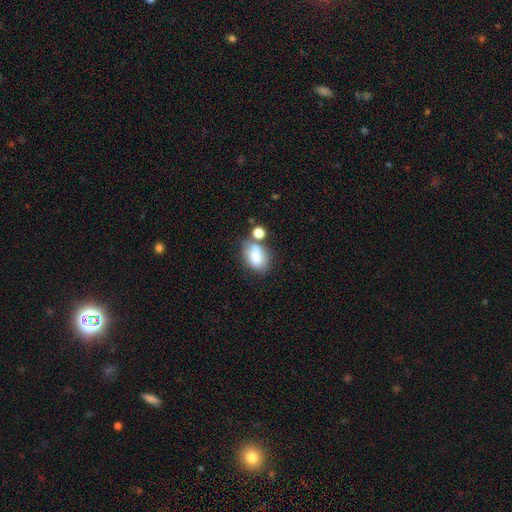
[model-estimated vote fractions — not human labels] Smooth or featured? Predicted: smooth (p=0.79). How rounded? Predicted: in between (p=0.84). Merging? Predicted: none (p=0.52).